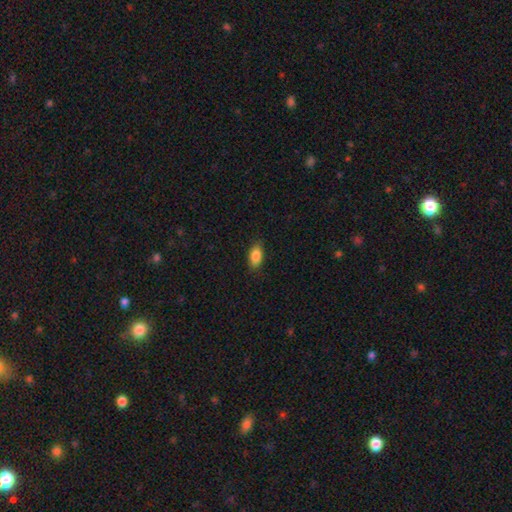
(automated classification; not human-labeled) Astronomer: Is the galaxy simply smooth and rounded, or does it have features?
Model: smooth — 86%.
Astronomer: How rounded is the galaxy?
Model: in between — 89%.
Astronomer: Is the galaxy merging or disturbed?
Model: none — 85%.